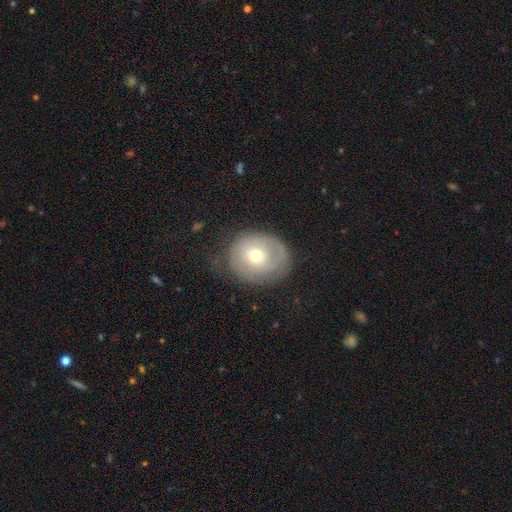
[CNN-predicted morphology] Smooth or featured?
  - smooth: 47% *
  - featured or disk: 46%
  - star or artifact: 8%
Merging?
  - none: 64% *
  - minor disturbance: 24%
  - major disturbance: 11%
  - merger: 1%